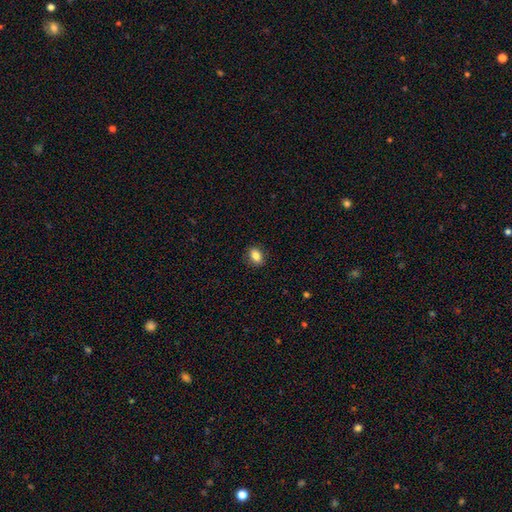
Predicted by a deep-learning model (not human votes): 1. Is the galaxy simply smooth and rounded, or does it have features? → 85% smooth, 9% star or artifact, 6% featured or disk.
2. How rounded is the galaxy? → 78% in between, 20% round, 2% cigar-shaped.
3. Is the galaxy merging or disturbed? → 88% none, 9% minor disturbance, 2% major disturbance, 1% merger.